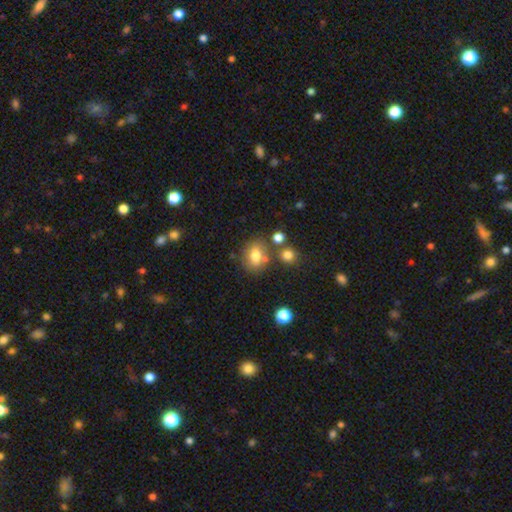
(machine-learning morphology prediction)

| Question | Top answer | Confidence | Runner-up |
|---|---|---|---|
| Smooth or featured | smooth | 73% | featured or disk (15%) |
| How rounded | in between | 63% | round (36%) |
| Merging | none | 64% | merger (16%) |